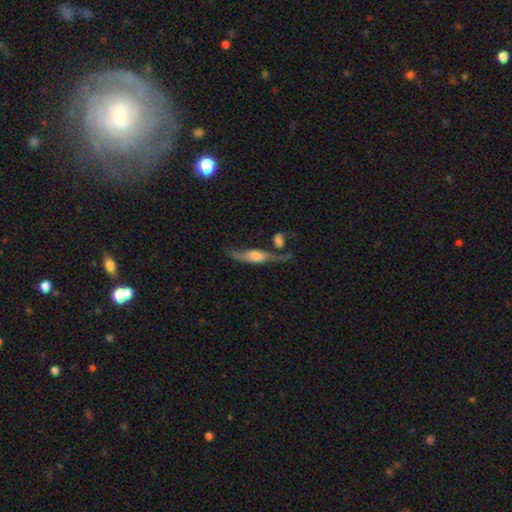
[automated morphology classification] Q: Smooth or featured?
A: featured or disk (72%); runner-up: smooth (20%)
Q: Edge-on disk?
A: yes (71%); runner-up: no (29%)
Q: Edge-on bulge?
A: rounded (71%); runner-up: boxy (22%)
Q: Merging?
A: none (46%); runner-up: minor disturbance (20%)